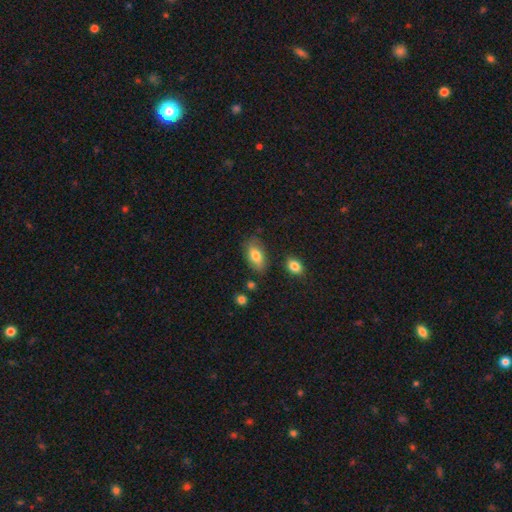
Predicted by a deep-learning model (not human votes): Overall: smooth (76%). How rounded: in between (90%). Merging: none (73%).